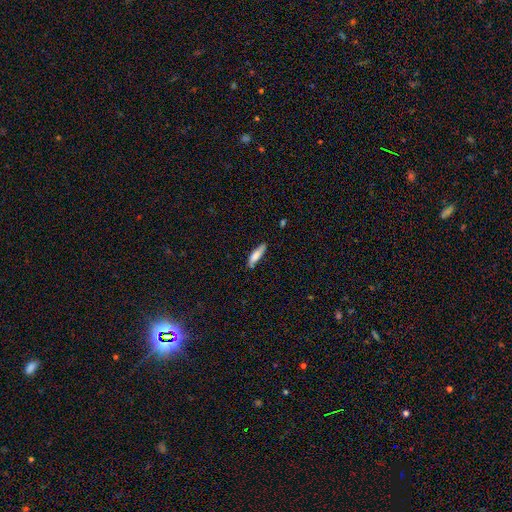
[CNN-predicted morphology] The model was most divided on "how rounded": cigar-shaped: 63%, in between: 35%, round: 2%. More confident: smooth or featured — smooth (79%); merging — none (72%).